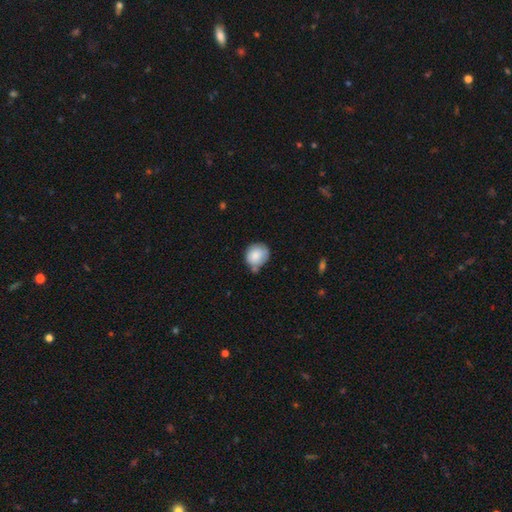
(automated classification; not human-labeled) smooth-or-featured: smooth: 84% | featured or disk: 9% | star or artifact: 7%
  how-rounded: round: 78% | in between: 21% | cigar-shaped: 1%
  merging: none: 55% | minor disturbance: 29% | merger: 10% | major disturbance: 6%